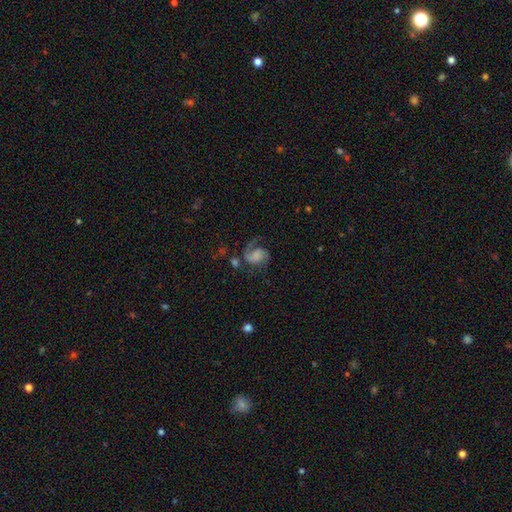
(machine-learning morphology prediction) smooth-or-featured: featured or disk: 74% | smooth: 18% | star or artifact: 8%
  disk-edge-on: no: 98% | yes: 2%
    bar: no: 62% | weak: 31% | strong: 7%
    has-spiral-arms: yes: 95% | no: 5%
      spiral-winding: medium: 46% | loose: 34% | tight: 20%
      spiral-arm-count: 2: 66% | 1: 28% | can't tell: 3% | 3: 1% | 4: 1% | more than 4: 1%
    bulge-size: none: 39% | small: 24% | moderate: 17% | large: 15% | dominant: 5%
  merging: none: 50% | major disturbance: 24% | minor disturbance: 19% | merger: 6%